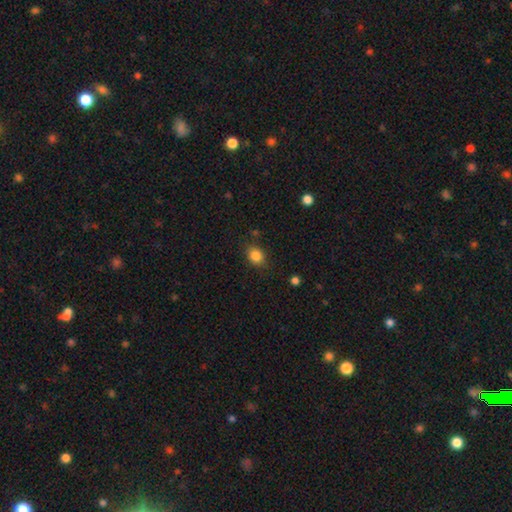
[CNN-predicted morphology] type=smooth (85%); roundness=in between (49%, tied with round); merging=none (83%).